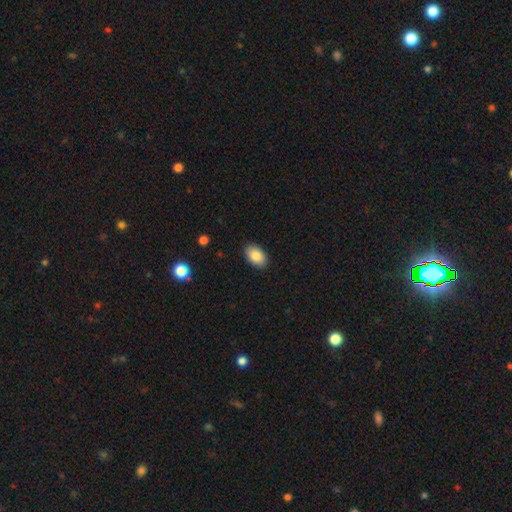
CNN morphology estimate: This appears to be a smooth galaxy with no disk features (87%) that is in between round and cigar-shaped (92%). Merging: none (88%).